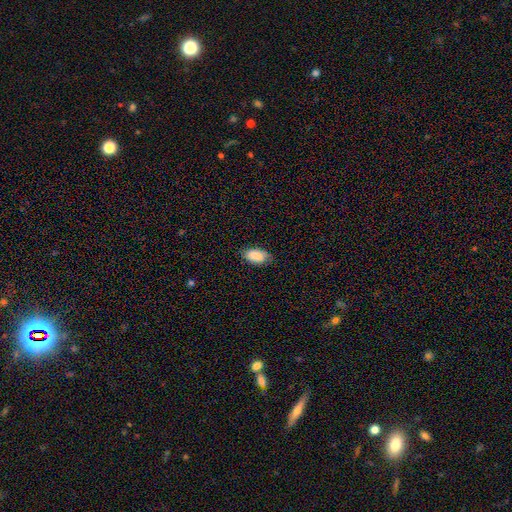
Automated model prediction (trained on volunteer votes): A smooth galaxy with no disk features (88%) that is in between round and cigar-shaped (94%). Merging: none (77%).